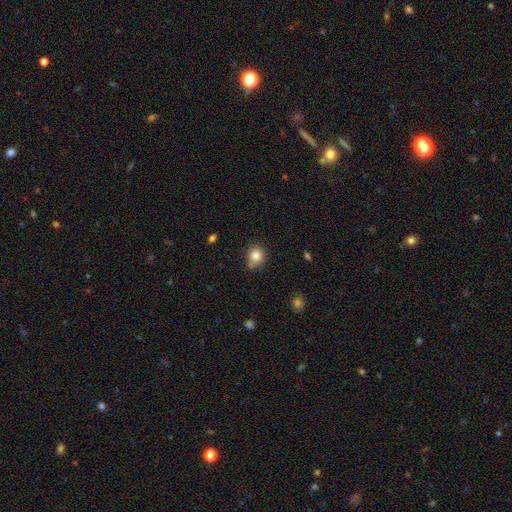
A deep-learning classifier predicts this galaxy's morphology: Q: Smooth or featured?
A: smooth (82%); runner-up: star or artifact (11%)
Q: How rounded?
A: round (80%); runner-up: in between (19%)
Q: Merging?
A: none (71%); runner-up: minor disturbance (17%)